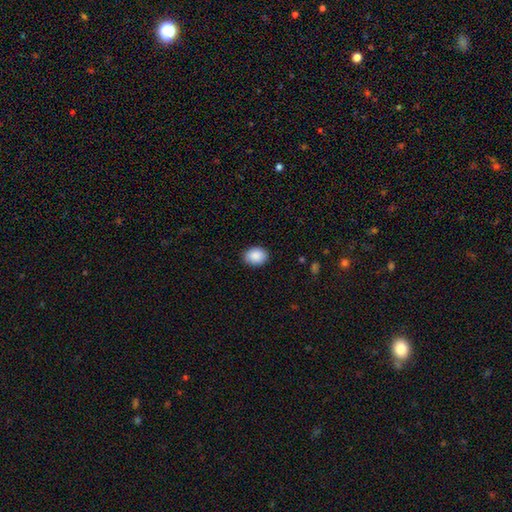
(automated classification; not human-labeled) Q: Smooth or featured?
A: smooth (90%); runner-up: star or artifact (7%)
Q: How rounded?
A: in between (62%); runner-up: round (38%)
Q: Merging?
A: none (88%); runner-up: minor disturbance (9%)